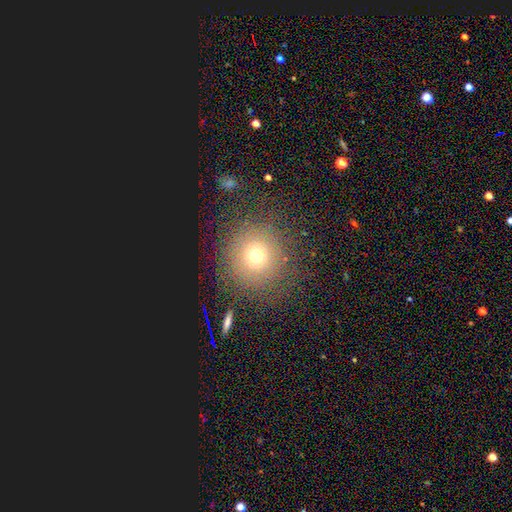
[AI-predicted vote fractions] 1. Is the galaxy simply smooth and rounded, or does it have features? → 70% smooth, 19% star or artifact, 11% featured or disk.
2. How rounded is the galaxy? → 93% round, 6% in between, 1% cigar-shaped.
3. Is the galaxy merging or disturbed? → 83% none, 9% minor disturbance, 6% major disturbance, 2% merger.